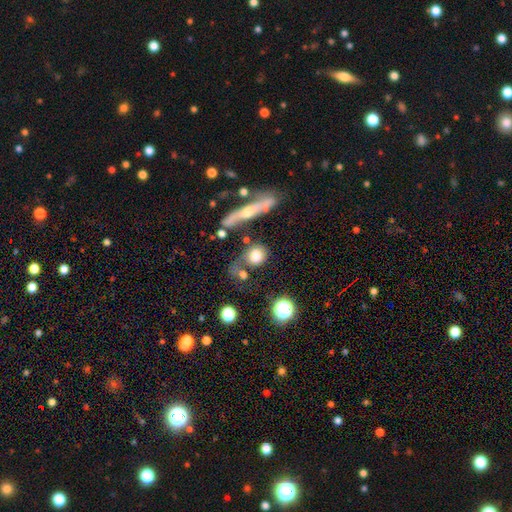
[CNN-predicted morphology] Smooth or featured?
  - smooth: 72% *
  - featured or disk: 18%
  - star or artifact: 10%
How rounded?
  - round: 61% *
  - in between: 34%
  - cigar-shaped: 5%
Merging?
  - none: 45% *
  - merger: 22%
  - minor disturbance: 19%
  - major disturbance: 14%